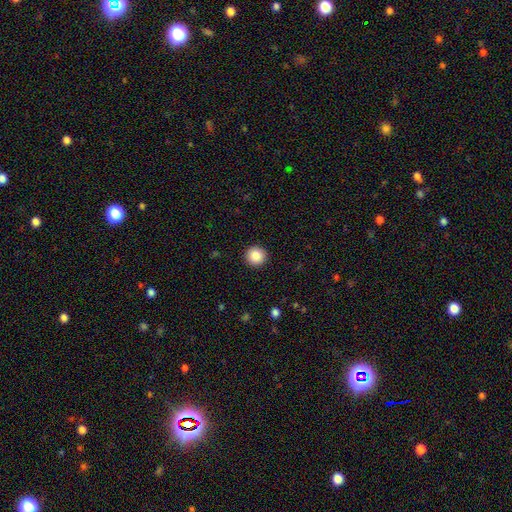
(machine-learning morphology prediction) Smooth or featured? smooth (87%)
How rounded? round (95%)
Merging? none (93%)